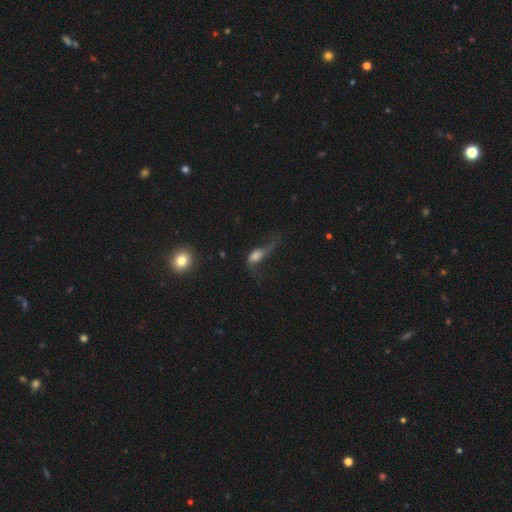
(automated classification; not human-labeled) A smooth galaxy with no disk features (51%) that is in between round and cigar-shaped (74%). Merging: major disturbance (57%).